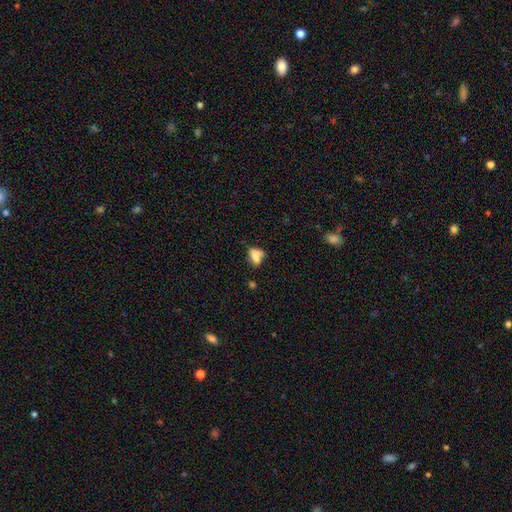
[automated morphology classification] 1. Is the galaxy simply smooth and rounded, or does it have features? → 73% smooth, 15% featured or disk, 12% star or artifact.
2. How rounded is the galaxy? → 79% in between, 17% round, 4% cigar-shaped.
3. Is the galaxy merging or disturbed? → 40% none, 31% minor disturbance, 16% major disturbance, 13% merger.